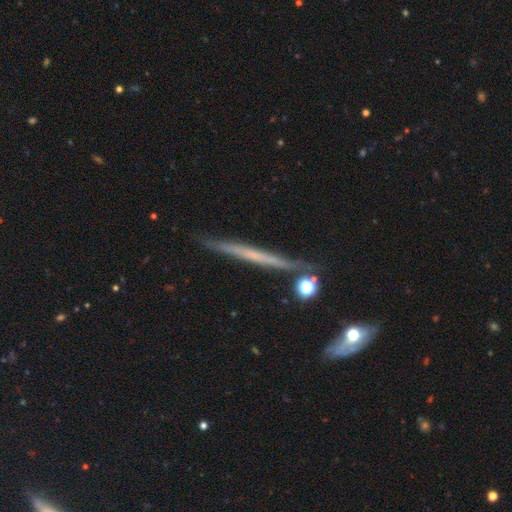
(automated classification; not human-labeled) Overall: featured or disk (61%; smooth 32%). Edge-on disk: yes (96%). Edge-on bulge: none (85%). Merging: none (85%).